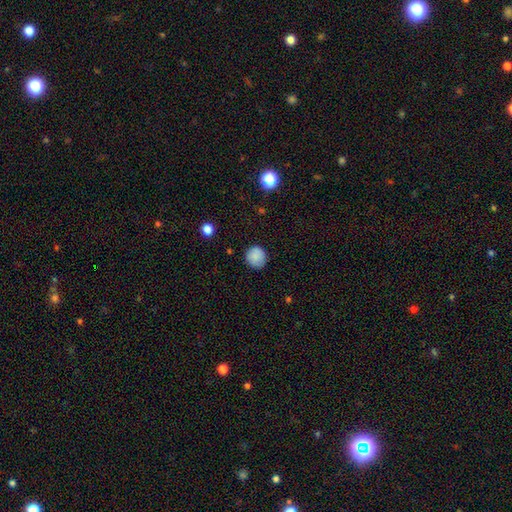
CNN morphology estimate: smooth-or-featured: smooth: 87% | star or artifact: 9% | featured or disk: 5%
  how-rounded: round: 91% | in between: 8% | cigar-shaped: 1%
  merging: none: 85% | minor disturbance: 11% | major disturbance: 2% | merger: 1%